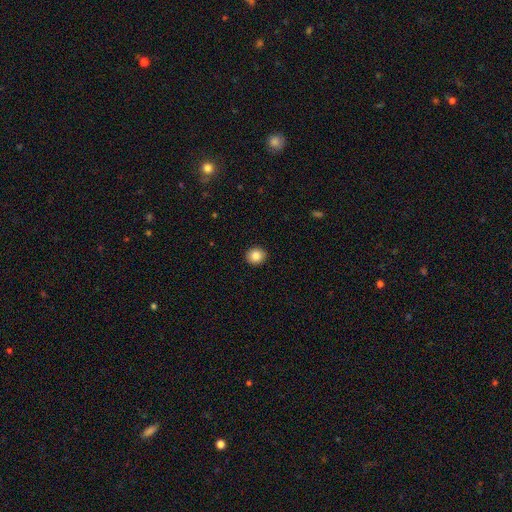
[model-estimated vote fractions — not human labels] A smooth galaxy with no disk features (85%) that is round (85%). Merging: none (92%).